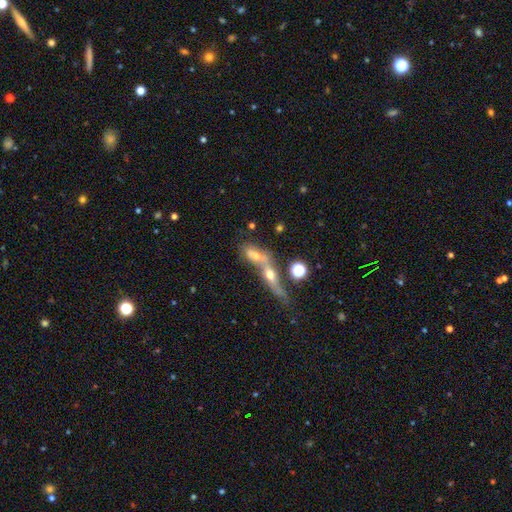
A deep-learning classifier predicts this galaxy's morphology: smooth_or_featured: featured or disk (p=0.44) [alt: smooth p=0.42]
merging: merger (p=0.56) [alt: none p=0.27]